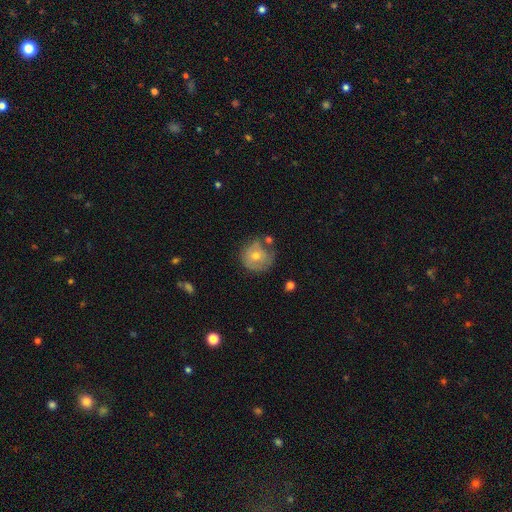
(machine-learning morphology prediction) smooth-or-featured: smooth: 50% | featured or disk: 41% | star or artifact: 9%
  merging: none: 59% | minor disturbance: 24% | major disturbance: 9% | merger: 8%